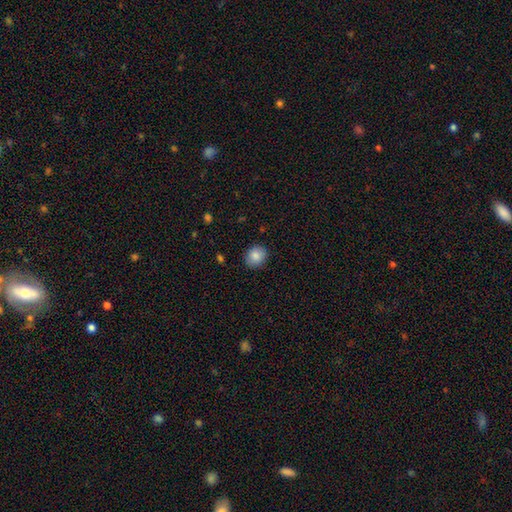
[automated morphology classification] Smooth or featured? smooth (87%)
How rounded? round (67%)
Merging? none (89%)